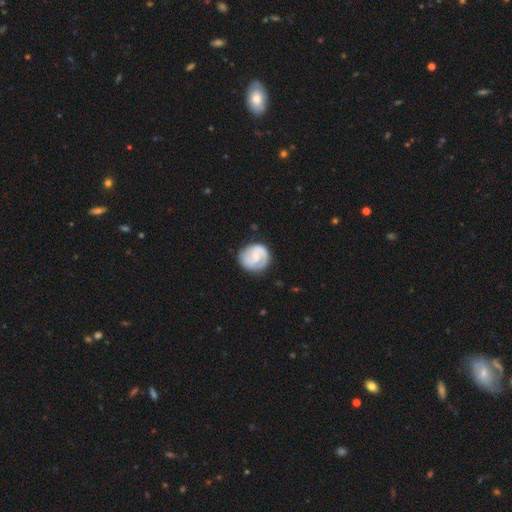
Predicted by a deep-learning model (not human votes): Q: Smooth or featured?
A: featured or disk (67%); runner-up: smooth (28%)
Q: Edge-on disk?
A: no (98%); runner-up: yes (2%)
Q: Bar?
A: weak (46%); runner-up: no (44%)
Q: Spiral arms?
A: yes (88%); runner-up: no (12%)
Q: Spiral winding?
A: tight (50%); runner-up: medium (37%)
Q: Spiral arm count?
A: 2 (68%); runner-up: can't tell (14%)
Q: Bulge size?
A: small (57%); runner-up: moderate (35%)
Q: Merging?
A: none (75%); runner-up: minor disturbance (18%)